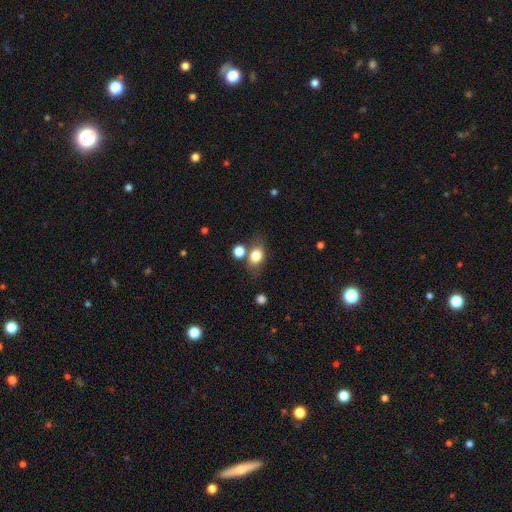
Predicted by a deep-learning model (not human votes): This is likely a smooth galaxy (78%). How rounded: likely in between (62%). Merging: likely none (67%).